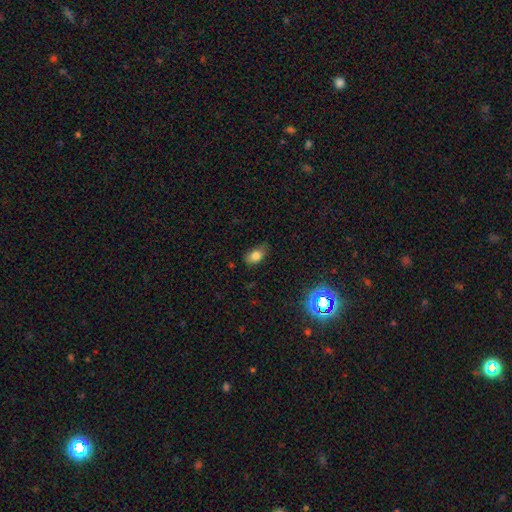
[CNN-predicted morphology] Smooth or featured?
  - smooth: 80% *
  - star or artifact: 12%
  - featured or disk: 8%
How rounded?
  - in between: 85% *
  - round: 13%
  - cigar-shaped: 2%
Merging?
  - none: 68% *
  - minor disturbance: 25%
  - major disturbance: 5%
  - merger: 2%